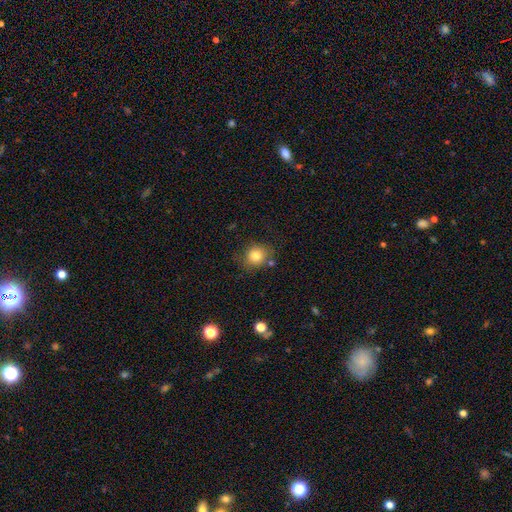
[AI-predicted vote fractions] smooth-or-featured: smooth: 81% | star or artifact: 11% | featured or disk: 8%
  how-rounded: round: 75% | in between: 24% | cigar-shaped: 1%
  merging: none: 75% | minor disturbance: 16% | merger: 5% | major disturbance: 4%